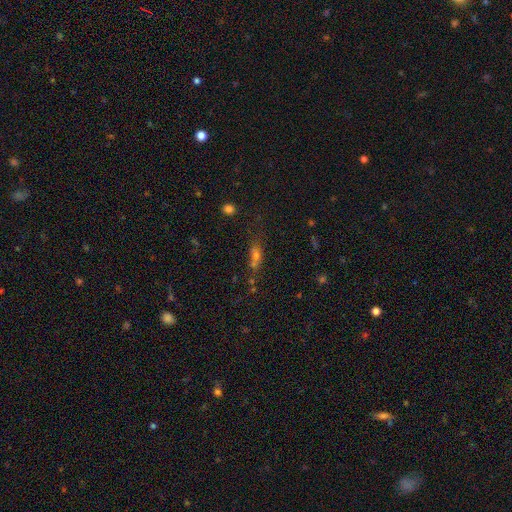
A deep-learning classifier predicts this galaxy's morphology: Smooth or featured: smooth — 51% (star or artifact — 29%)
How rounded: in between — 48% (cigar-shaped — 35%)
Merging: none — 47% (merger — 22%)